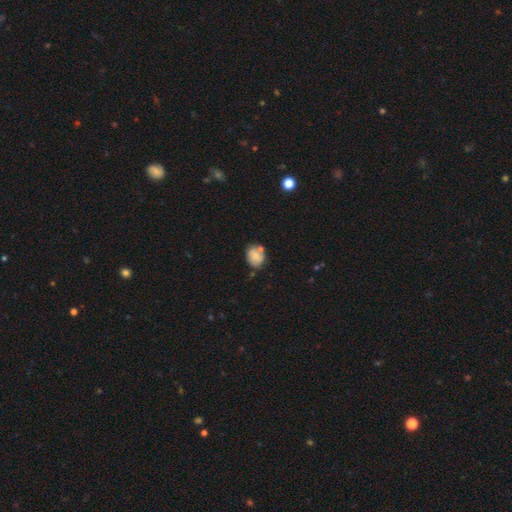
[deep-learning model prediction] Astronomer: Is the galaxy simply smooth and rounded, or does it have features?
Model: smooth — 73%.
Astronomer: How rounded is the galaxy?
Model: in between — 56% (runner-up: round, 43%).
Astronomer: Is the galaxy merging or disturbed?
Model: none — 56%.